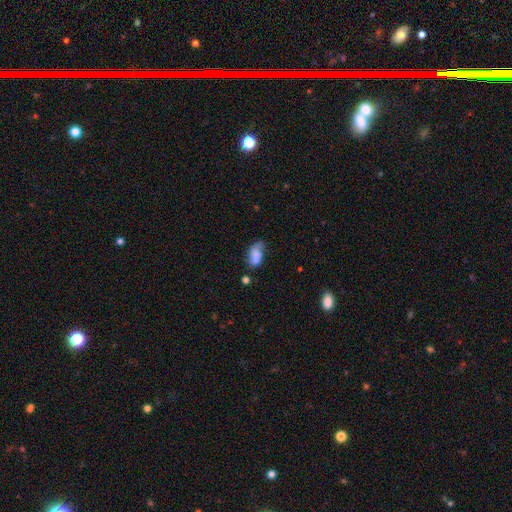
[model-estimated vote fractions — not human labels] A smooth galaxy with no disk features (58%) that is in between round and cigar-shaped (87%). Merging: none (35%).